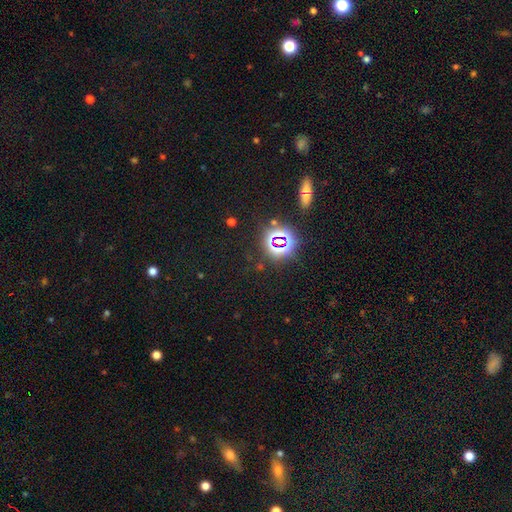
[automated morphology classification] smooth_or_featured: star or artifact (p=0.74) [alt: smooth p=0.17]